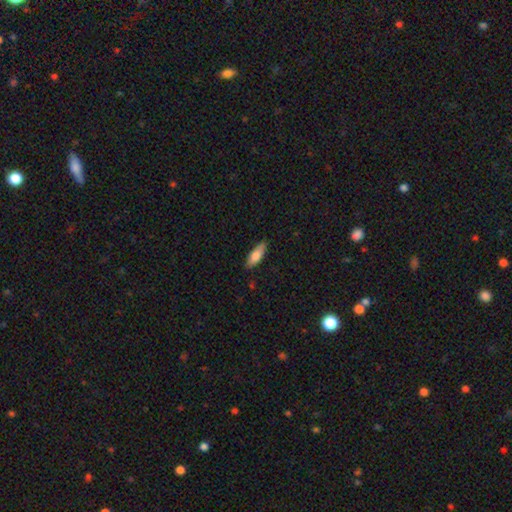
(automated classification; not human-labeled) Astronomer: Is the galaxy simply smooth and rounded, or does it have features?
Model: smooth — 81%.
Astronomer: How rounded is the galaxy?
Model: in between — 63%.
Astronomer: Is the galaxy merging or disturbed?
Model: none — 81%.